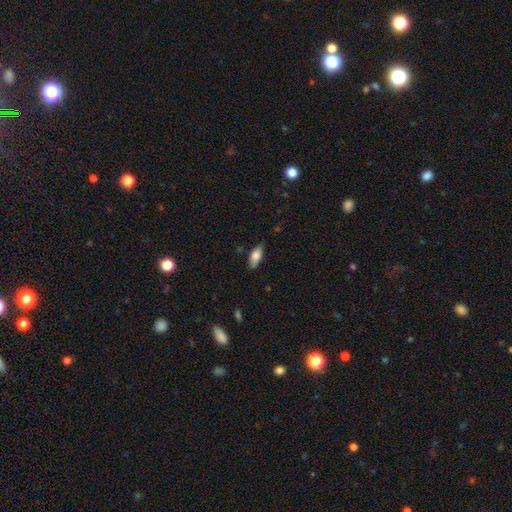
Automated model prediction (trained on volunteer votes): smooth_or_featured: smooth (p=0.75) [alt: featured or disk p=0.18]
how_rounded: in between (p=0.80) [alt: cigar-shaped p=0.17]
merging: none (p=0.80) [alt: minor disturbance p=0.16]